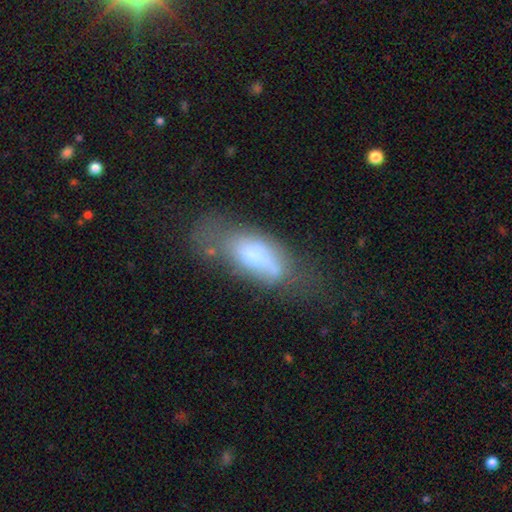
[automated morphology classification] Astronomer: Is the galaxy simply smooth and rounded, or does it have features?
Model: smooth — 61%.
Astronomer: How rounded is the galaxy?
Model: in between — 80%.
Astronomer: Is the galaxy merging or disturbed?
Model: major disturbance — 31% (runner-up: none, 30%).